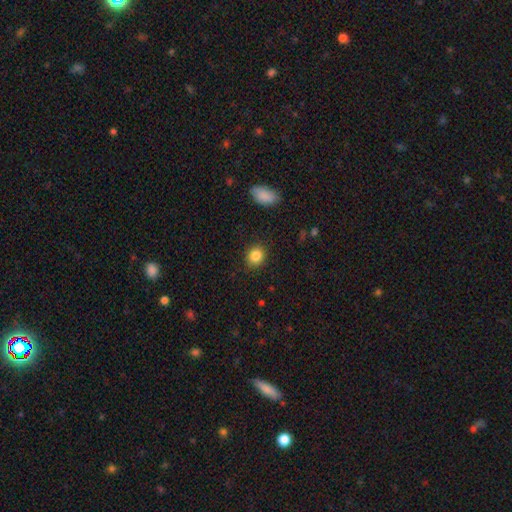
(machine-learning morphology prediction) smooth 85%, star or artifact 10%, featured or disk 5%. Down the decision tree: how rounded — round (73%); merging — none (88%).